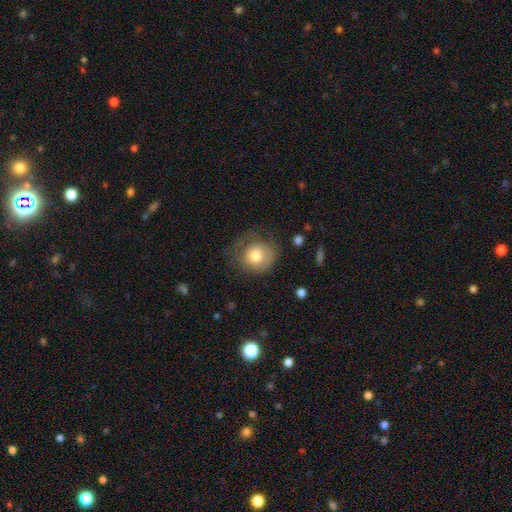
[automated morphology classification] Smooth or featured?
  - smooth: 71% *
  - featured or disk: 22%
  - star or artifact: 7%
How rounded?
  - round: 82% *
  - in between: 17%
  - cigar-shaped: 1%
Merging?
  - none: 49% *
  - minor disturbance: 25%
  - major disturbance: 23%
  - merger: 2%